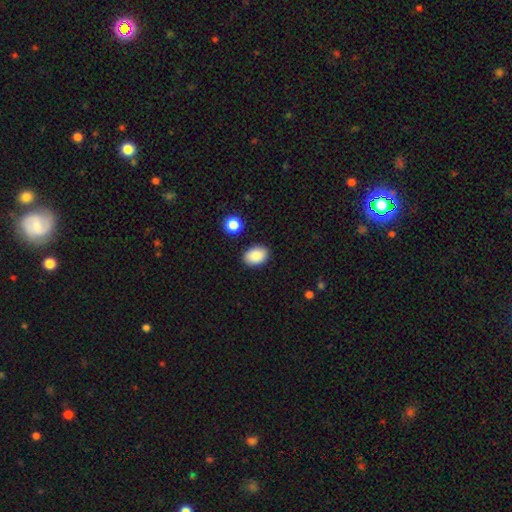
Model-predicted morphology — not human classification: smooth-or-featured: smooth: 89% | star or artifact: 7% | featured or disk: 4%
  how-rounded: in between: 80% | round: 19% | cigar-shaped: 1%
  merging: none: 86% | minor disturbance: 9% | major disturbance: 2% | merger: 2%